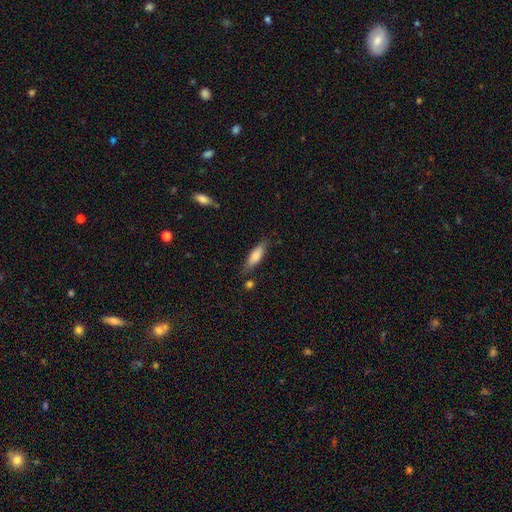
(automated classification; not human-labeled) Smooth or featured? Predicted: smooth (p=0.76). How rounded? Predicted: cigar-shaped (p=0.53). Merging? Predicted: none (p=0.74).